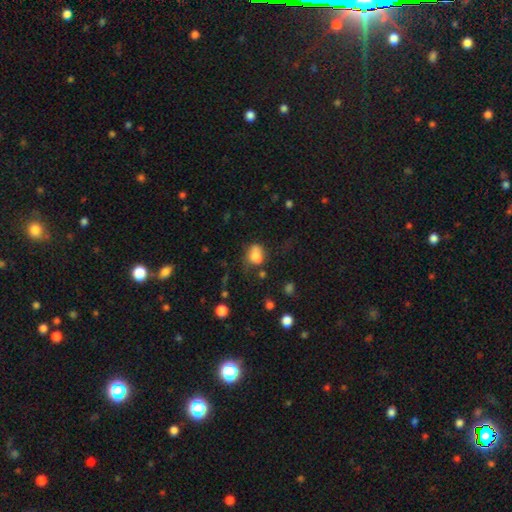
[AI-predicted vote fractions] Smooth or featured? Predicted: smooth (p=0.74). How rounded? Predicted: in between (p=0.61). Merging? Predicted: none (p=0.40).